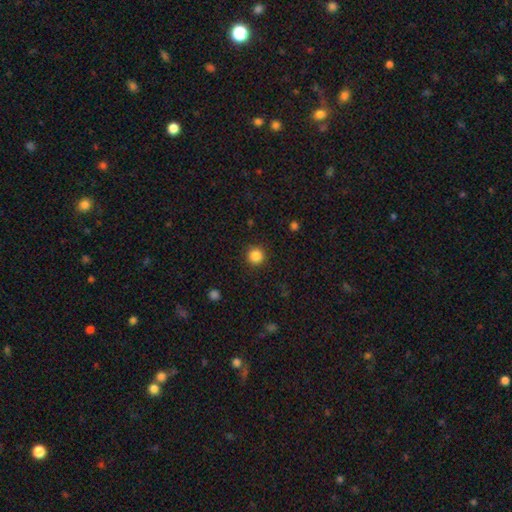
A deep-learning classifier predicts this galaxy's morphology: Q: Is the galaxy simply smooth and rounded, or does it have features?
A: smooth — 85%.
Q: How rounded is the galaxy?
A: round — 95%.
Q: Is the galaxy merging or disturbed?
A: none — 91%.